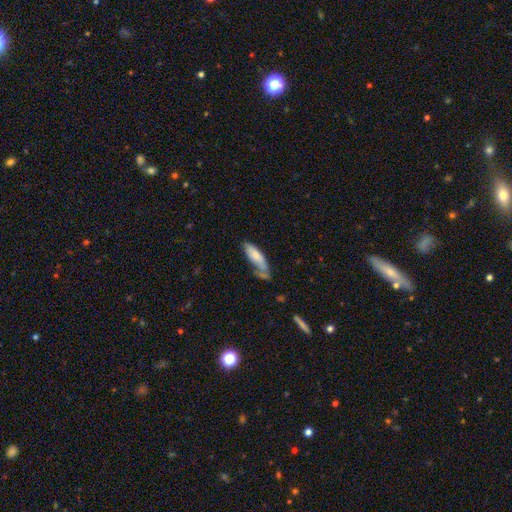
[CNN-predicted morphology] type=smooth (73%); roundness=in between (53%); merging=none (38%).